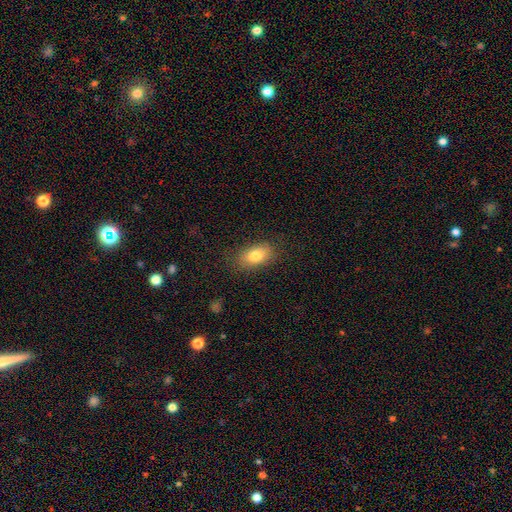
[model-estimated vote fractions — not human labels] Smooth or featured? smooth (80%)
How rounded? in between (89%)
Merging? none (83%)